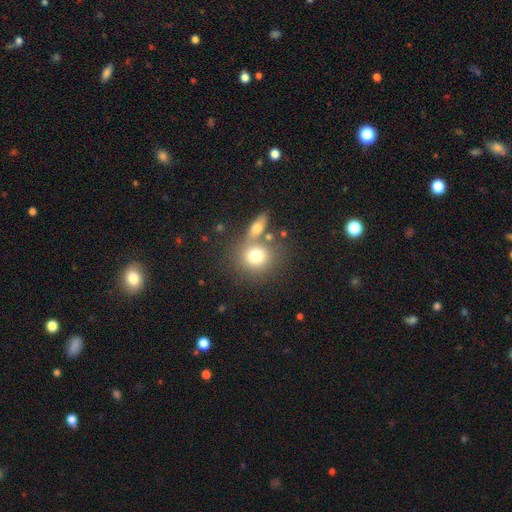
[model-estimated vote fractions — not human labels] smooth-or-featured: smooth: 75% | featured or disk: 15% | star or artifact: 10%
  how-rounded: round: 81% | in between: 18% | cigar-shaped: 1%
  merging: none: 53% | merger: 32% | minor disturbance: 10% | major disturbance: 5%